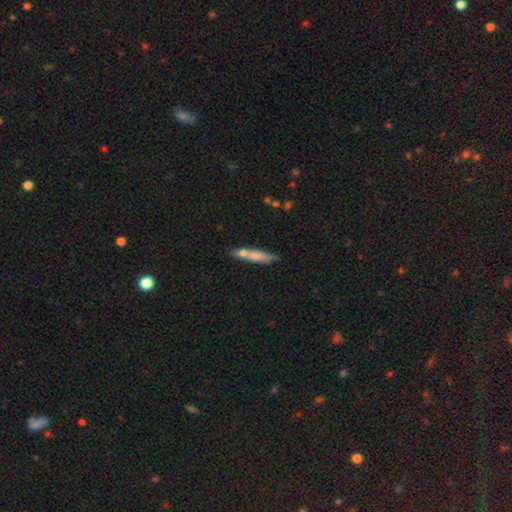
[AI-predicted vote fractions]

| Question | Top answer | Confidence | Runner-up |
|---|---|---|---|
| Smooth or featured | smooth | 68% | featured or disk (25%) |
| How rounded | cigar-shaped | 88% | in between (11%) |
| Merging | none | 63% | minor disturbance (17%) |